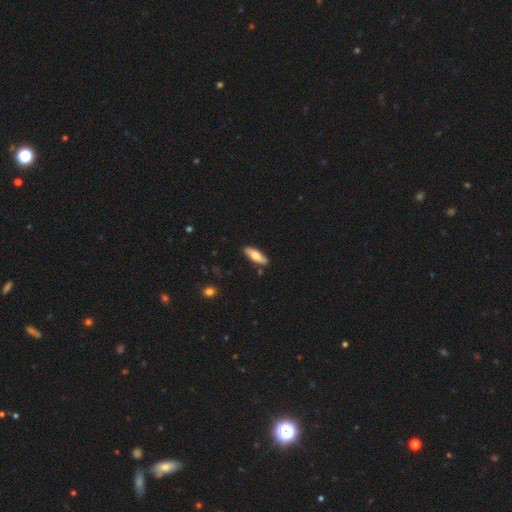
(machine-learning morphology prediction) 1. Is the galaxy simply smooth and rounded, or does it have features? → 71% smooth, 24% featured or disk, 6% star or artifact.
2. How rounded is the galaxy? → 57% in between, 41% cigar-shaped, 2% round.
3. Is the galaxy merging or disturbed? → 85% none, 12% minor disturbance, 2% major disturbance, 2% merger.